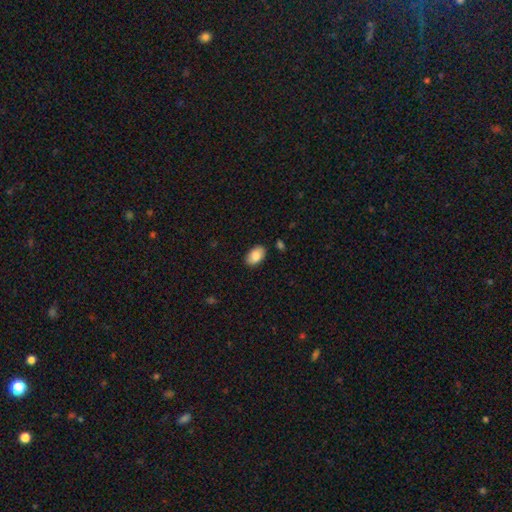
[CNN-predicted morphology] A smooth galaxy with no disk features (85%) that is in between round and cigar-shaped (92%). Merging: none (86%).